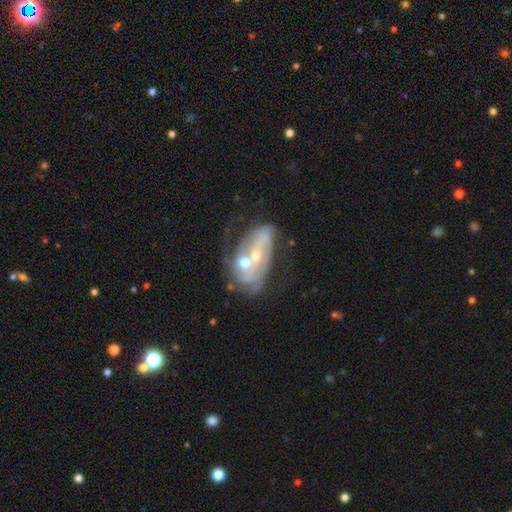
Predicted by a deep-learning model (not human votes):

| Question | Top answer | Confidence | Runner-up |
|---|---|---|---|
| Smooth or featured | featured or disk | 70% | smooth (21%) |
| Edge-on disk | no | 94% | yes (6%) |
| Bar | no | 70% | weak (21%) |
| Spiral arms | yes | 62% | no (38%) |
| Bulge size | moderate | 53% | small (39%) |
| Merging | merger | 51% | none (20%) |